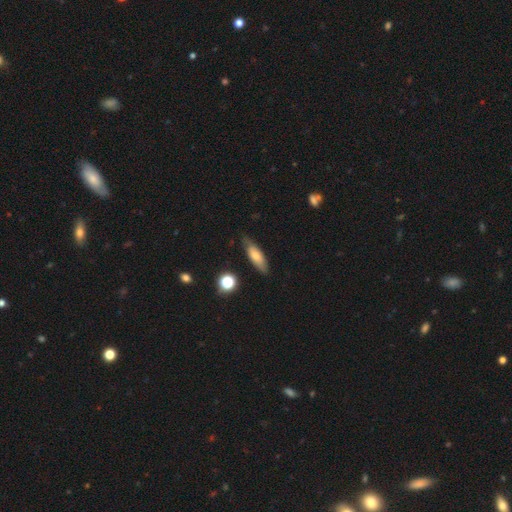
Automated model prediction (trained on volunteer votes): This is likely a smooth galaxy (70%). How rounded: possibly in between (52%). Merging: likely none (78%).